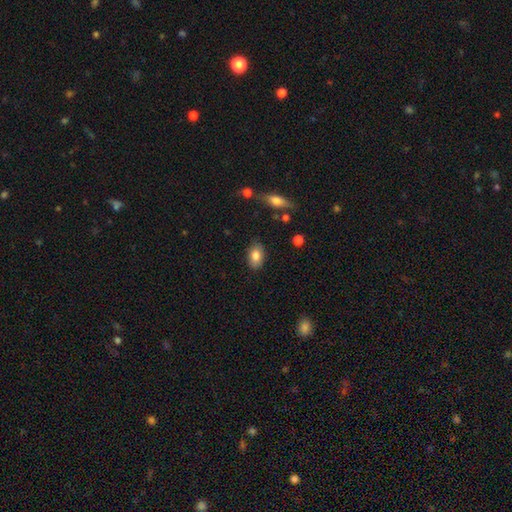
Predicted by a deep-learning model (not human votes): Morphology: type=smooth (82%); roundness=in between (89%); merging=none (84%).